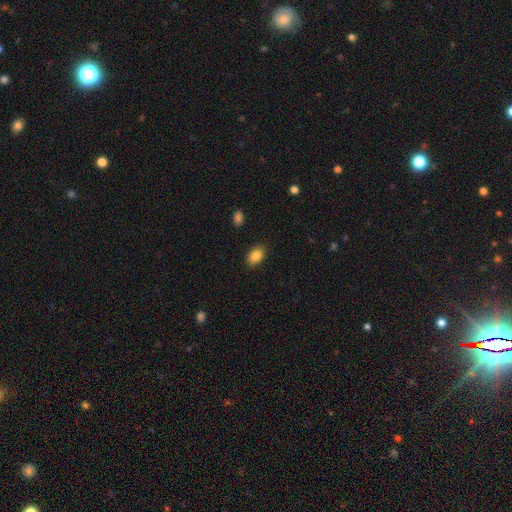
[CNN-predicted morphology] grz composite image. It shows a smooth galaxy with no disk features (85%) that is in between round and cigar-shaped (86%). Merging: none (87%).